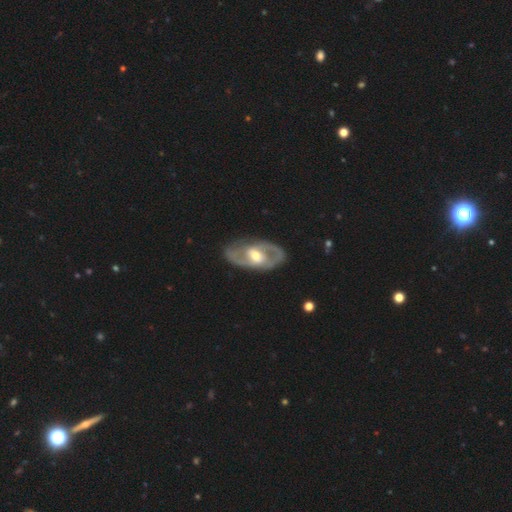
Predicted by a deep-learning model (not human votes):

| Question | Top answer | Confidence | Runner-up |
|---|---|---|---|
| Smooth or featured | featured or disk | 81% | smooth (15%) |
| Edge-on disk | no | 94% | yes (6%) |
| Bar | weak | 42% | strong (30%) |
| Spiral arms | yes | 80% | no (20%) |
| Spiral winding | medium | 50% | tight (32%) |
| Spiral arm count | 2 | 85% | can't tell (9%) |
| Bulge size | moderate | 67% | small (22%) |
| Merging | none | 81% | minor disturbance (12%) |